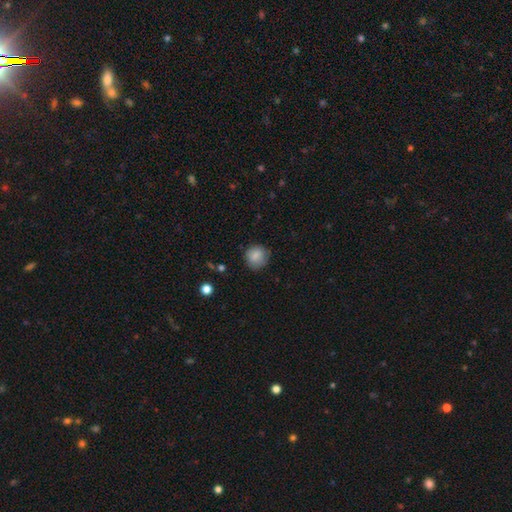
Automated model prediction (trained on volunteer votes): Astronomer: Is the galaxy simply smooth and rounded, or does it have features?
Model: smooth — 84%.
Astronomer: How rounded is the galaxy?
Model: round — 87%.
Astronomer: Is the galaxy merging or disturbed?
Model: none — 80%.